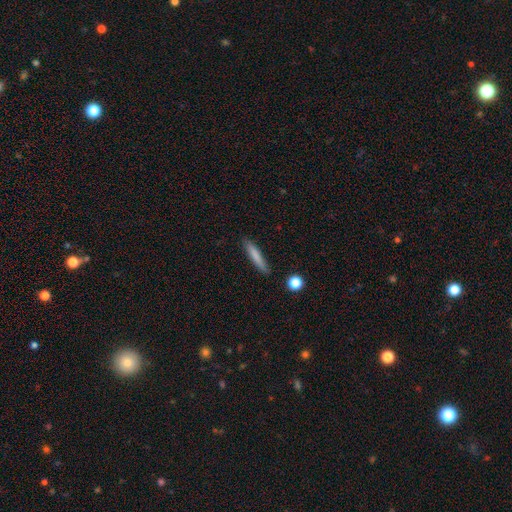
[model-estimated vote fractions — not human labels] This is likely a smooth galaxy (77%). How rounded: clearly cigar-shaped (91%). Merging: clearly none (86%).